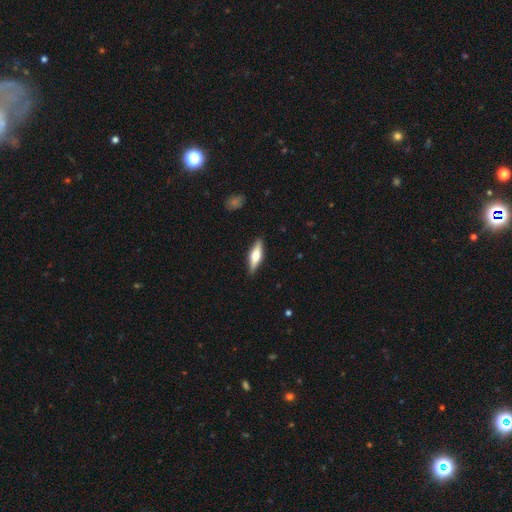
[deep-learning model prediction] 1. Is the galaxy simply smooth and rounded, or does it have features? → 48% featured or disk, 46% smooth, 6% star or artifact.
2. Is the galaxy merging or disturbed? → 88% none, 9% minor disturbance, 2% major disturbance, 1% merger.